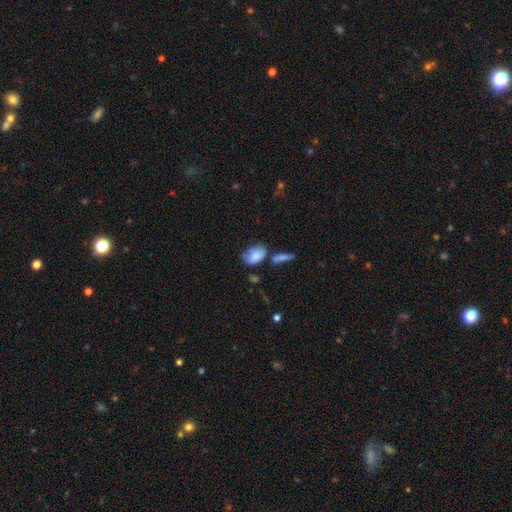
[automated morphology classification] A smooth galaxy with no disk features (77%) that is in between round and cigar-shaped (86%).

Vote fractions:
- Smooth or featured? smooth: 77% / featured or disk: 15% / star or artifact: 8%
- How rounded? in between: 86% / round: 12% / cigar-shaped: 2%
- Merging? none: 44% / minor disturbance: 30% / merger: 16% / major disturbance: 10%